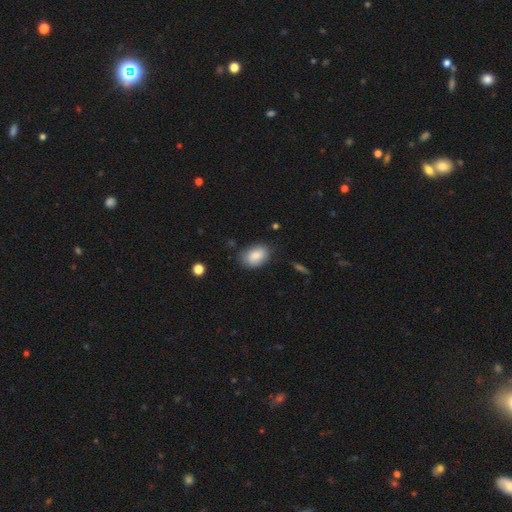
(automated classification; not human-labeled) Smooth or featured?
  - smooth: 85% *
  - featured or disk: 8%
  - star or artifact: 7%
How rounded?
  - in between: 89% *
  - round: 10%
  - cigar-shaped: 1%
Merging?
  - none: 78% *
  - minor disturbance: 17%
  - major disturbance: 4%
  - merger: 2%